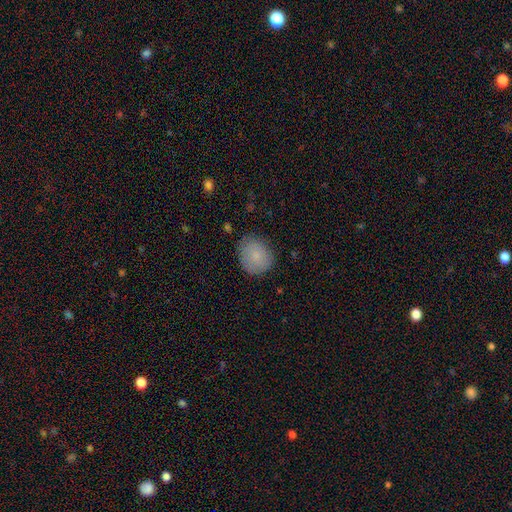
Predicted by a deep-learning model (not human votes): Overall: smooth (82%). How rounded: round (64%; in between 35%). Merging: none (77%).